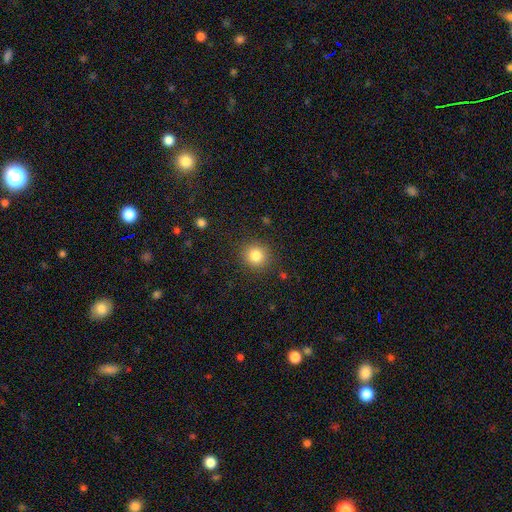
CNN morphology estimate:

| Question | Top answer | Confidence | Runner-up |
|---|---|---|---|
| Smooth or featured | smooth | 83% | star or artifact (11%) |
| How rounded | round | 91% | in between (9%) |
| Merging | none | 89% | minor disturbance (7%) |